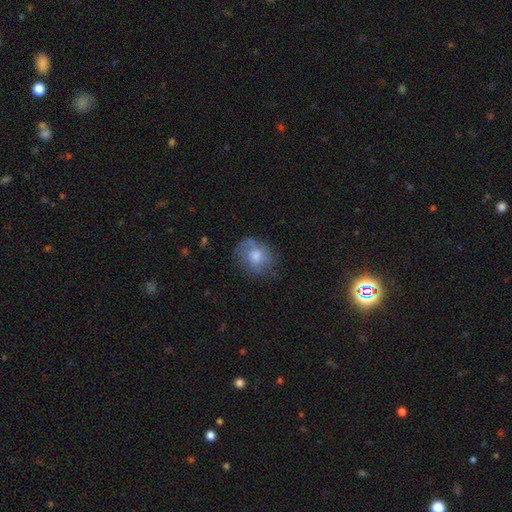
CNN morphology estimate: This is possibly a smooth galaxy (55%). How rounded: possibly round (55%). Merging: possibly none (55%).